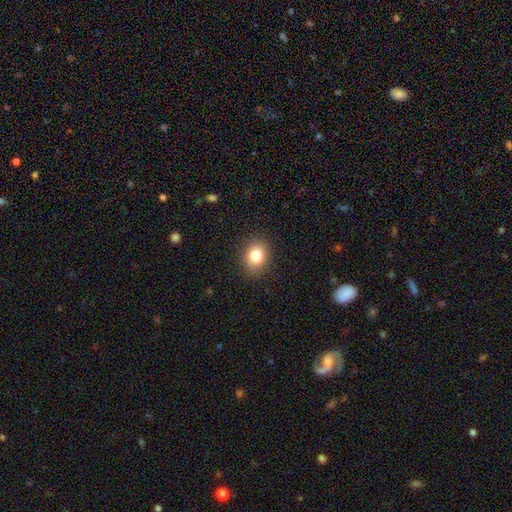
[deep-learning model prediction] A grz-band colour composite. It shows a smooth galaxy with no disk features (83%) that is in between round and cigar-shaped (53%). Merging: none (88%).